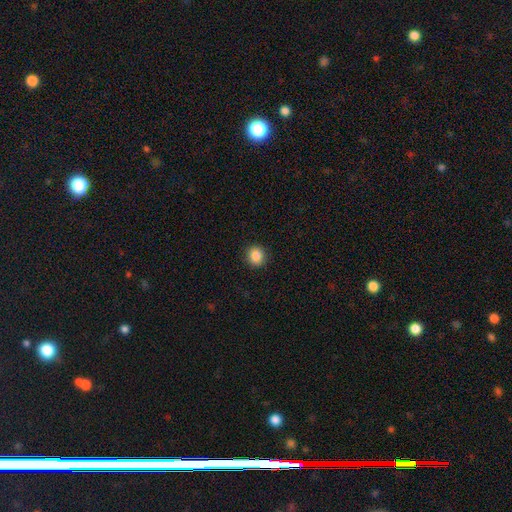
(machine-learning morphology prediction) This is clearly a smooth galaxy (86%). How rounded: clearly round (83%). Merging: clearly none (91%).